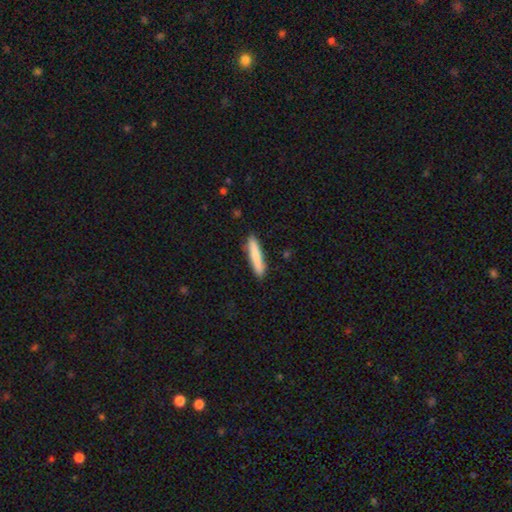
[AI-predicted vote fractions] This appears to be a smooth galaxy with no disk features (80%) that is cigar-shaped (90%). Merging: none (88%).